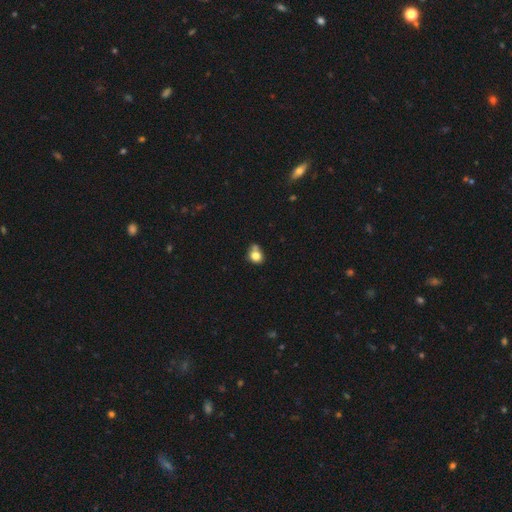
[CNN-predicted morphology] A smooth galaxy with no disk features (78%) that is round (61%). Merging: none (48%).